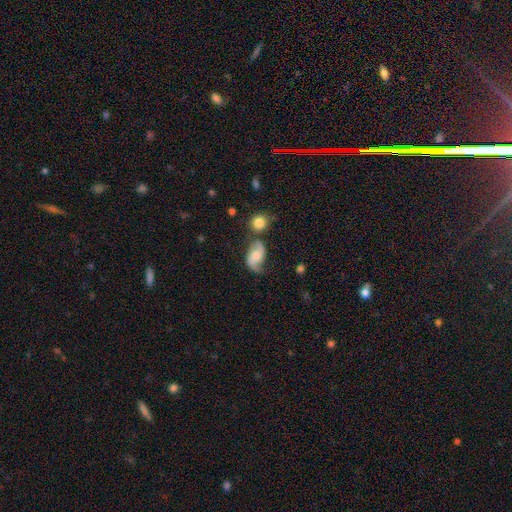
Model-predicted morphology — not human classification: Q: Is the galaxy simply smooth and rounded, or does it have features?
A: featured or disk — 71%.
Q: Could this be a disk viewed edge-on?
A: no — 97%.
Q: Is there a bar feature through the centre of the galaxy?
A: no — 57%.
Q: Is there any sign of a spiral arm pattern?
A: yes — 93%.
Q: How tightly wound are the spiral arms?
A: loose — 64%.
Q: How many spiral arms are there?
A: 2 — 91%.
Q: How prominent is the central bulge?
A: moderate — 48%.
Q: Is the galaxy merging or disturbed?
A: none — 57%.